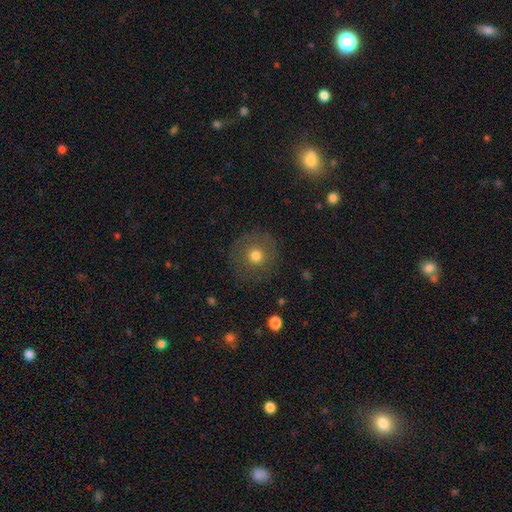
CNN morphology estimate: A smooth galaxy with no disk features (68%) that is round (93%). Merging: none (84%).